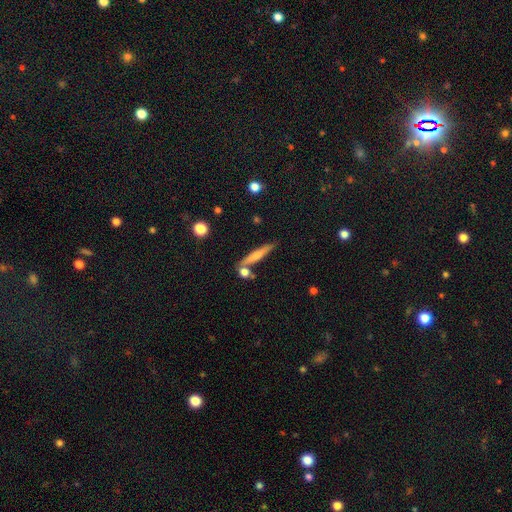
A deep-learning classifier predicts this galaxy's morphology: type=smooth (62%); roundness=cigar-shaped (90%); merging=none (73%).